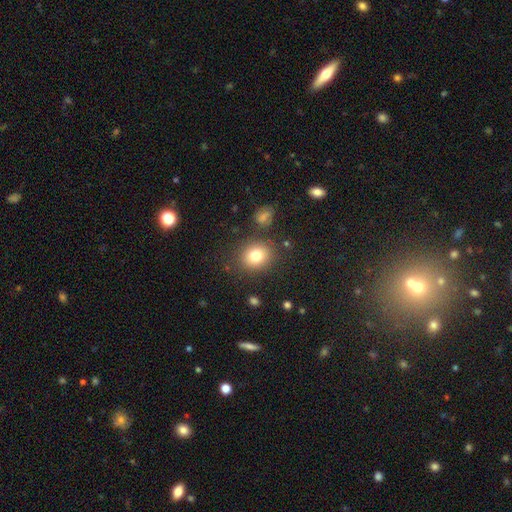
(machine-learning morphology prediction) A smooth galaxy with no disk features (80%) that is round (69%). Merging: none (83%).